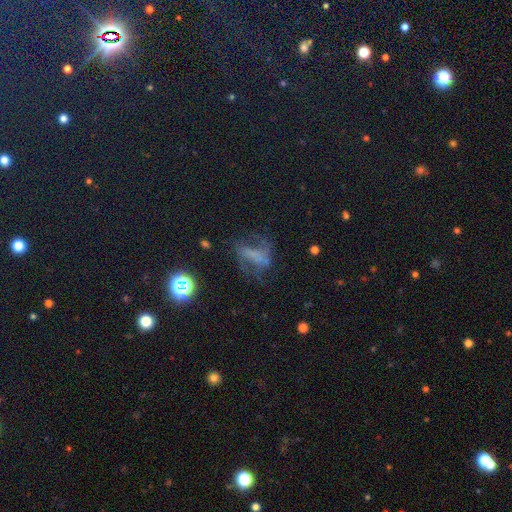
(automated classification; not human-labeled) Q: Smooth or featured?
A: featured or disk (49%); runner-up: star or artifact (25%)
Q: Merging?
A: none (44%); runner-up: major disturbance (33%)